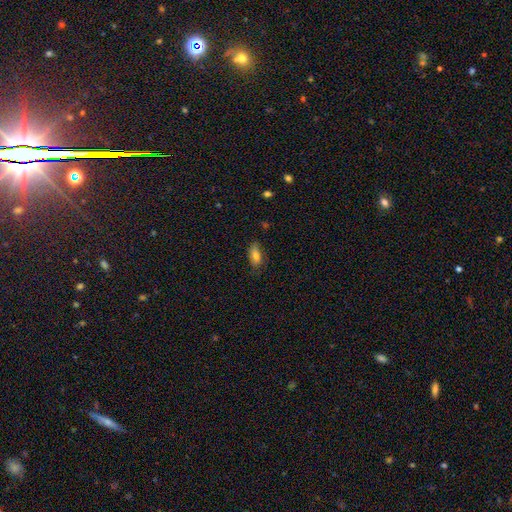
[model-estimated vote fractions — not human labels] Smooth or featured: smooth — 79% (featured or disk — 13%)
How rounded: in between — 82% (cigar-shaped — 15%)
Merging: none — 75% (minor disturbance — 20%)